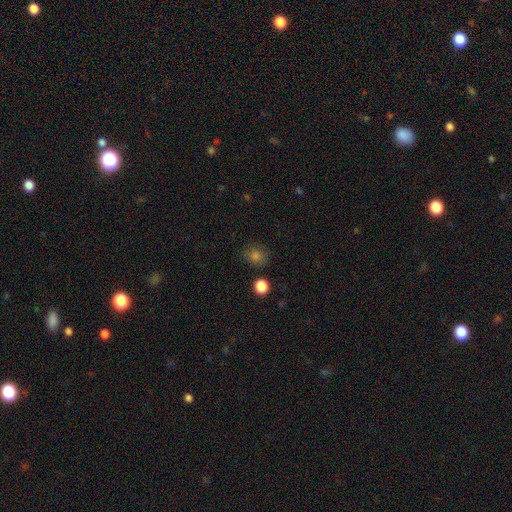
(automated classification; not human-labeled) Smooth or featured? smooth (77%)
How rounded? round (73%)
Merging? none (83%)